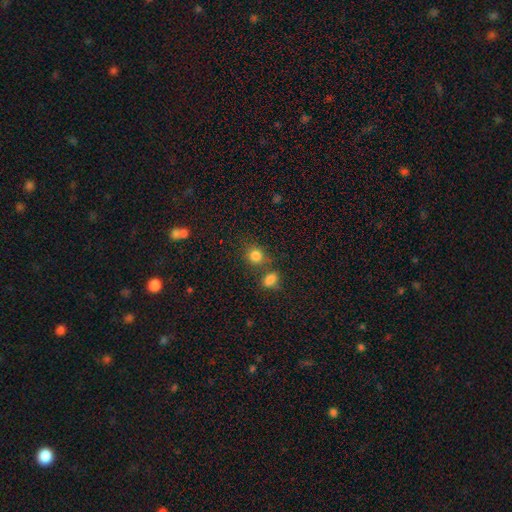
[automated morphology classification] smooth 82%, star or artifact 12%, featured or disk 6%. Down the decision tree: how rounded — round (79%); merging — none (64%).